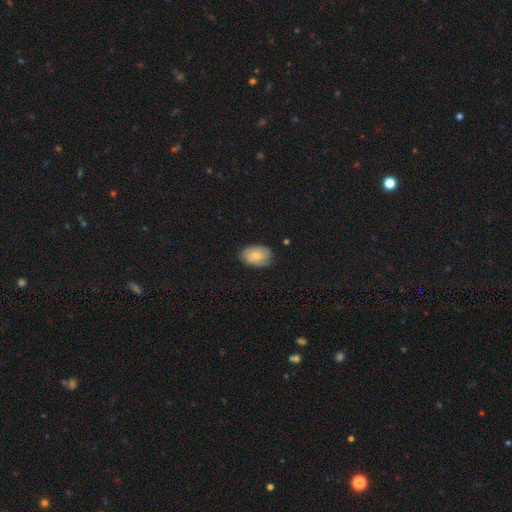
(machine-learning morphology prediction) type=smooth (67%); roundness=in between (84%); merging=none (76%).